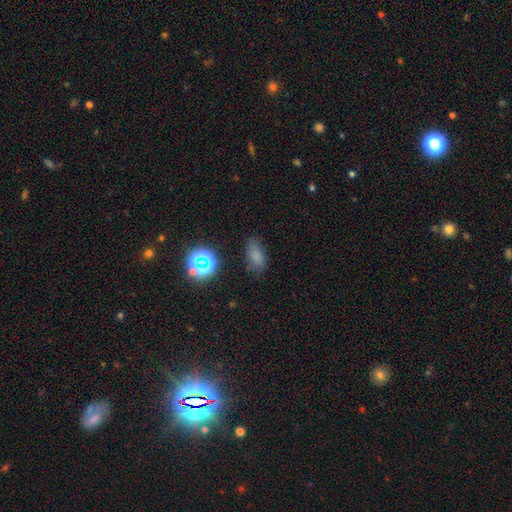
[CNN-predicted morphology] Overall: smooth (72%). How rounded: in between (84%). Merging: none (73%).